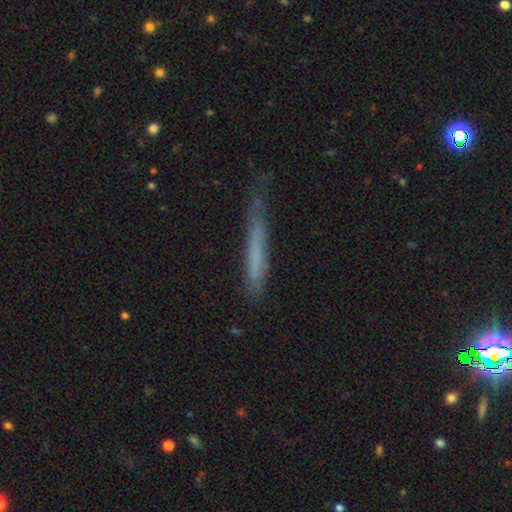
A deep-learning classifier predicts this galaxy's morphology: Smooth or featured? smooth (59%)
How rounded? cigar-shaped (96%)
Merging? none (69%)